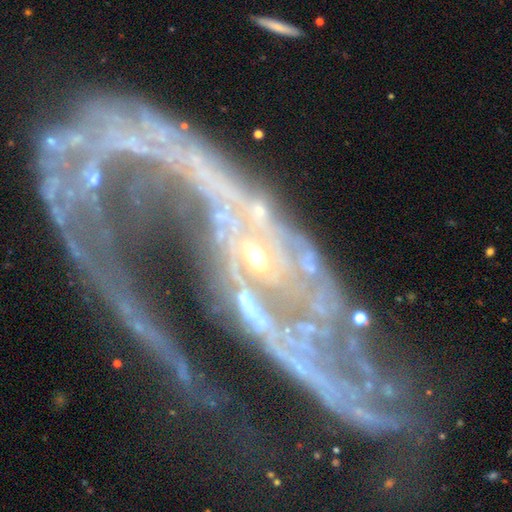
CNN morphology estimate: Smooth or featured: featured or disk — 82% (star or artifact — 12%)
Edge-on disk: no — 93% (yes — 7%)
Bar: no — 64% (weak — 22%)
Spiral arms: yes — 74% (no — 26%)
Spiral winding: loose — 58% (medium — 28%)
Spiral arm count: 2 — 45% (1 — 22%)
Bulge size: small — 66% (moderate — 15%)
Merging: major disturbance — 49% (none — 22%)